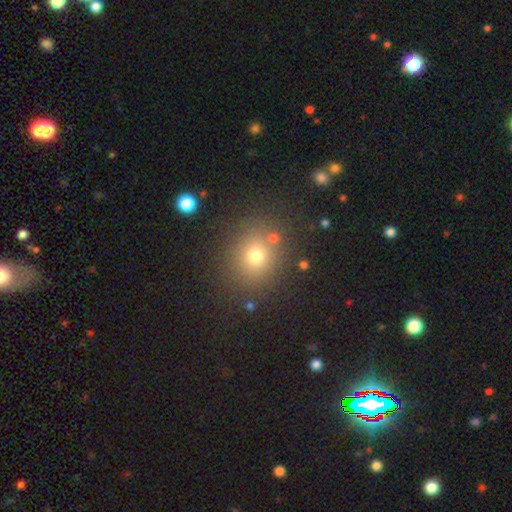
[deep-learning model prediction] The model was most divided on "smooth or featured": smooth: 71%, star or artifact: 19%, featured or disk: 10%. More confident: merging — none (82%); how rounded — round (77%).